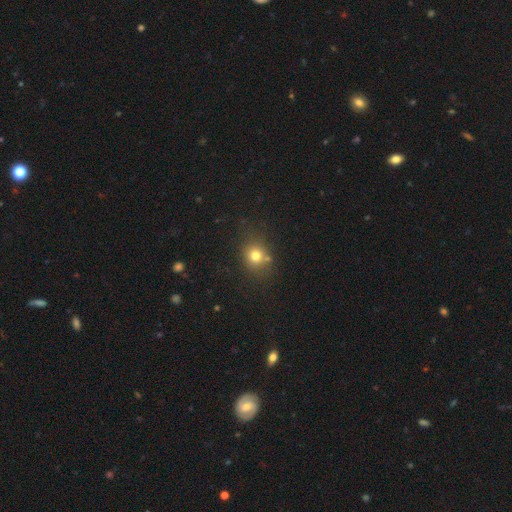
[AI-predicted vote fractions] A smooth galaxy with no disk features (76%) that is round (75%).

Vote fractions:
- Smooth or featured? smooth: 76% / star or artifact: 15% / featured or disk: 9%
- How rounded? round: 75% / in between: 24% / cigar-shaped: 1%
- Merging? none: 73% / minor disturbance: 14% / merger: 9% / major disturbance: 5%